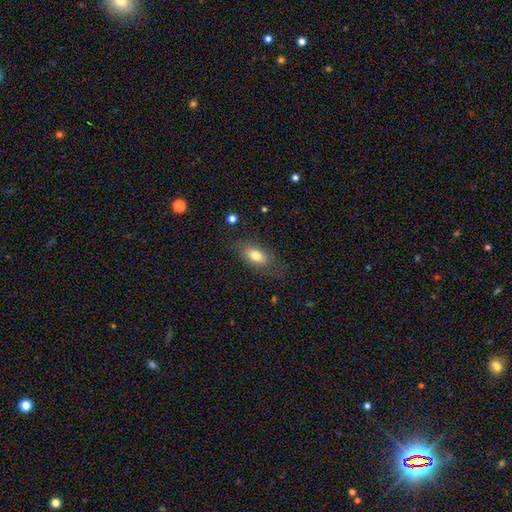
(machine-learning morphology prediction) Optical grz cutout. It shows a smooth galaxy with no disk features (75%) that is in between round and cigar-shaped (84%). Merging: none (74%).